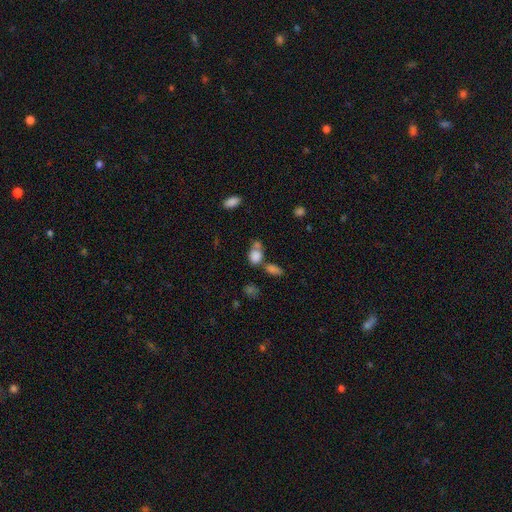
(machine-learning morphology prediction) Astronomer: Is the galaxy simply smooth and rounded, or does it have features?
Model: smooth — 81%.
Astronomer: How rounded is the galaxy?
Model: in between — 51% (runner-up: round, 47%).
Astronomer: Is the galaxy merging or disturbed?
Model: merger — 41% (runner-up: none, 39%).